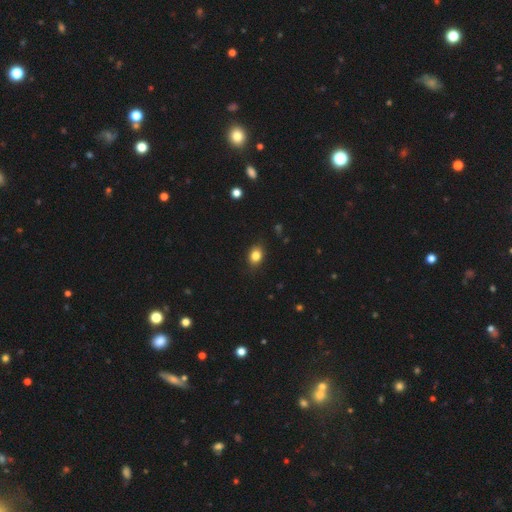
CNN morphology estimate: A smooth galaxy with no disk features (83%) that is in between round and cigar-shaped (61%). Merging: none (84%).